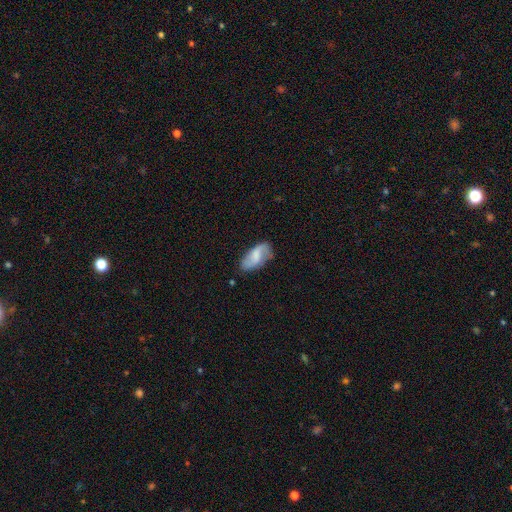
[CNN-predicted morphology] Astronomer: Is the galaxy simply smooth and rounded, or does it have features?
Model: smooth — 54% (runner-up: featured or disk, 39%).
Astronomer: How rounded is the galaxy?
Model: in between — 90%.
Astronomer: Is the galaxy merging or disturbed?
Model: none — 64%.